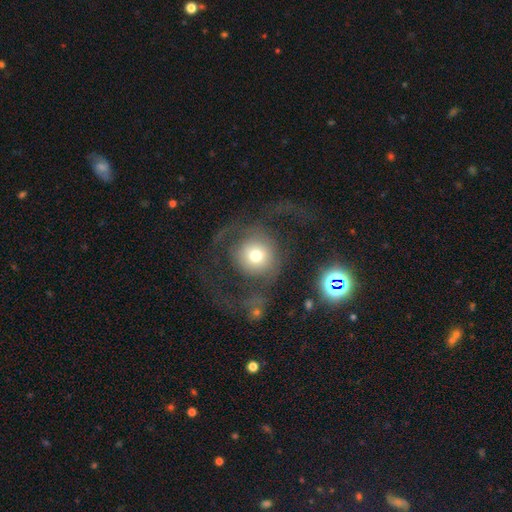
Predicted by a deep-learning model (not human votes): Smooth or featured: smooth — 53% (featured or disk — 37%)
How rounded: round — 91% (in between — 8%)
Merging: major disturbance — 48% (none — 36%)